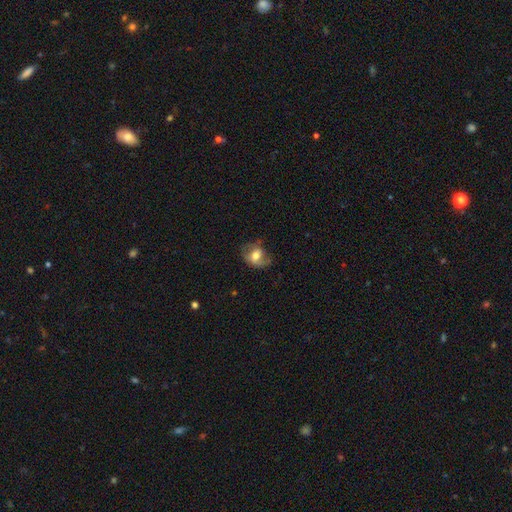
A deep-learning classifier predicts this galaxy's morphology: type=smooth (52%); roundness=in between (61%); merging=none (48%).